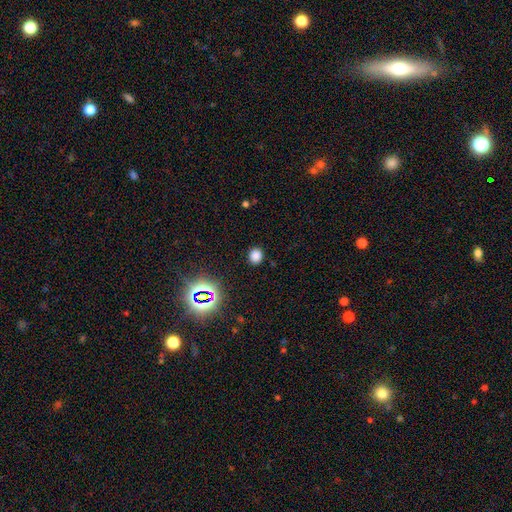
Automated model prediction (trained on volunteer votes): smooth_or_featured: smooth (p=0.78) [alt: star or artifact p=0.18]
how_rounded: round (p=0.75) [alt: in between p=0.24]
merging: none (p=0.89) [alt: minor disturbance p=0.07]